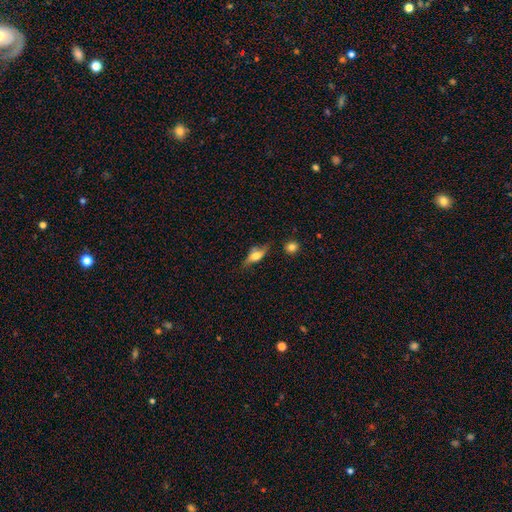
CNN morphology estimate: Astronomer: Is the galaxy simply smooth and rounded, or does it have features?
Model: featured or disk — 49% (runner-up: smooth, 43%).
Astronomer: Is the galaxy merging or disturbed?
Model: none — 68%.